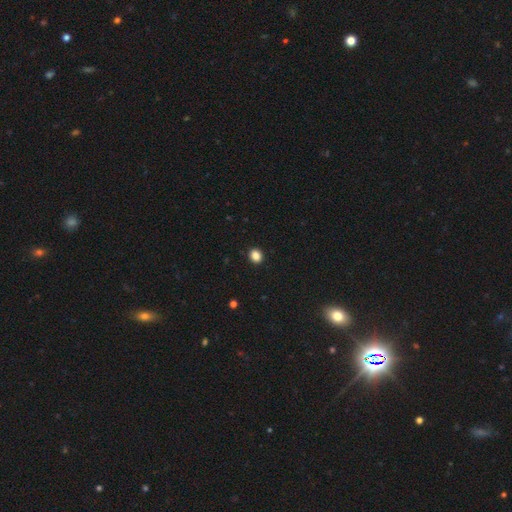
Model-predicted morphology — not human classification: Smooth or featured: smooth — 87% (star or artifact — 10%)
How rounded: round — 65% (in between — 34%)
Merging: none — 92% (minor disturbance — 5%)